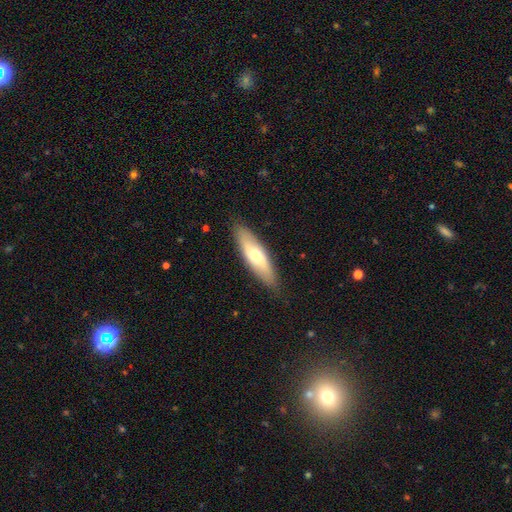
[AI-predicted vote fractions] Smooth or featured?
  - smooth: 58% *
  - featured or disk: 37%
  - star or artifact: 5%
How rounded?
  - cigar-shaped: 58% *
  - in between: 40%
  - round: 2%
Merging?
  - none: 86% *
  - minor disturbance: 11%
  - major disturbance: 2%
  - merger: 1%